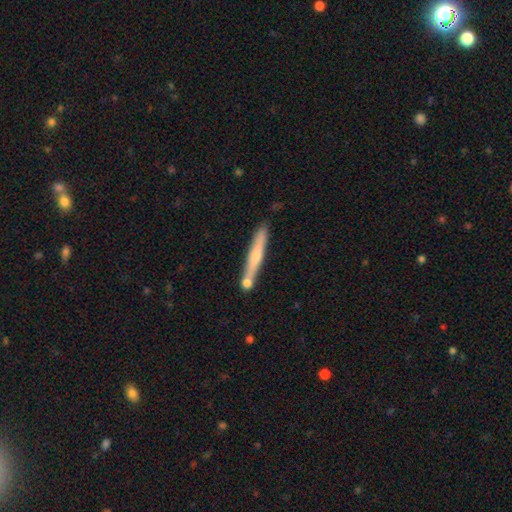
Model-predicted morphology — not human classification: smooth_or_featured: smooth (p=0.54) [alt: featured or disk p=0.40]
how_rounded: cigar-shaped (p=0.95) [alt: in between p=0.03]
merging: none (p=0.73) [alt: minor disturbance p=0.13]